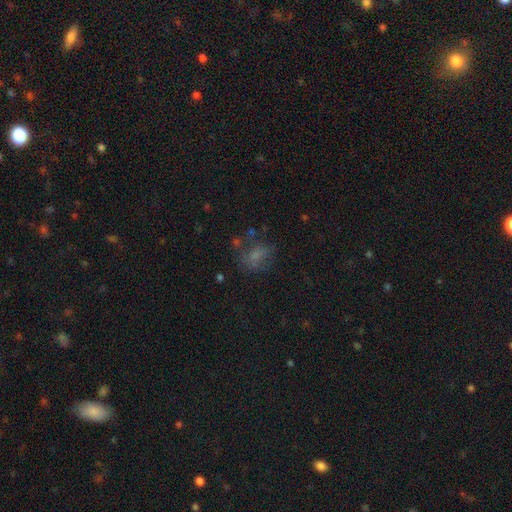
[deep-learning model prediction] A smooth galaxy with no disk features (53%) that is in between round and cigar-shaped (60%).

Vote fractions:
- Smooth or featured? smooth: 53% / featured or disk: 27% / star or artifact: 20%
- How rounded? in between: 60% / round: 38% / cigar-shaped: 2%
- Merging? none: 48% / major disturbance: 23% / minor disturbance: 21% / merger: 7%